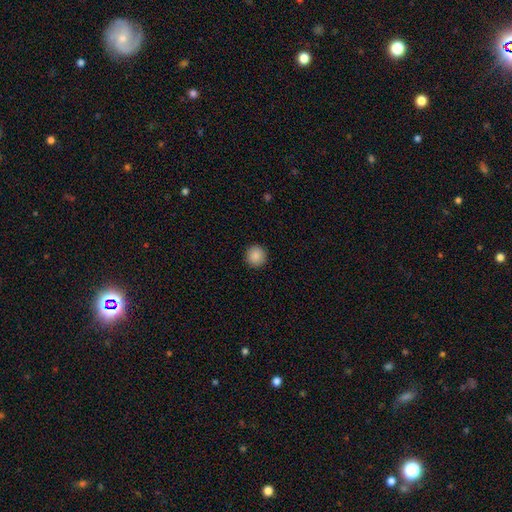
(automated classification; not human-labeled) smooth 88%, star or artifact 8%, featured or disk 3%. Down the decision tree: how rounded — round (95%); merging — none (92%).